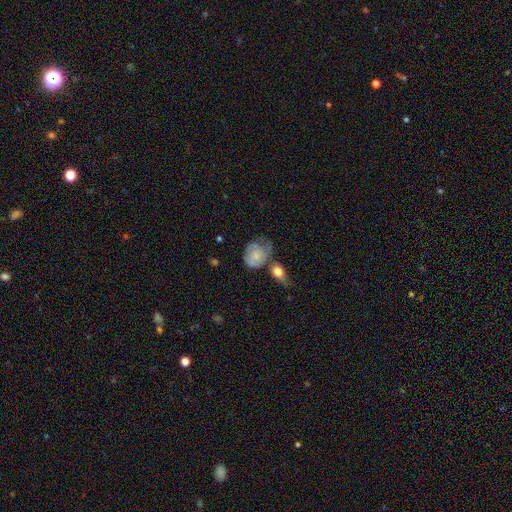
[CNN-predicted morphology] Smooth or featured? smooth (59%)
How rounded? in between (56%)
Merging? none (30%)